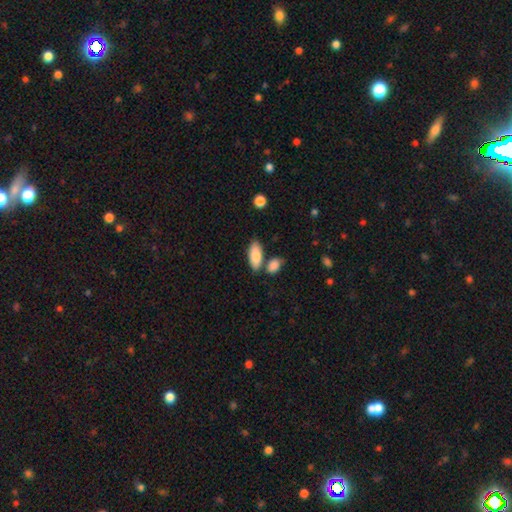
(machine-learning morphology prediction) Overall: smooth (83%). How rounded: in between (83%). Merging: none (69%).